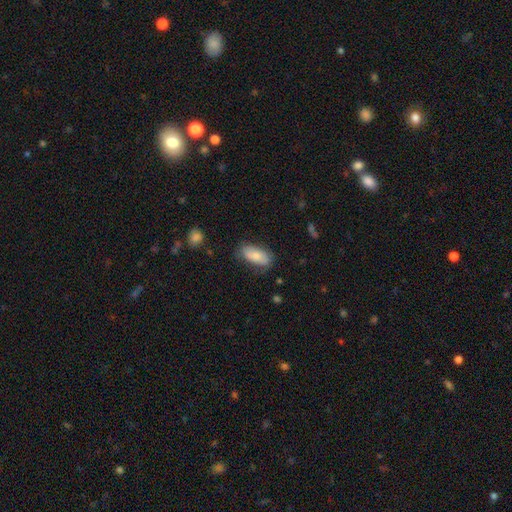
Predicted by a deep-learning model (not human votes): Overall: smooth (77%). How rounded: in between (89%). Merging: none (73%).